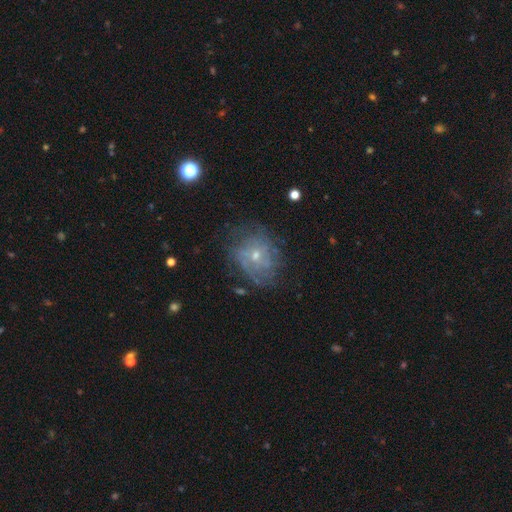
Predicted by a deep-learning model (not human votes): Smooth or featured: featured or disk — 66% (smooth — 23%)
Edge-on disk: no — 97% (yes — 3%)
Bar: no — 79% (weak — 18%)
Spiral arms: yes — 67% (no — 33%)
Bulge size: small — 61% (moderate — 35%)
Merging: none — 60% (minor disturbance — 22%)